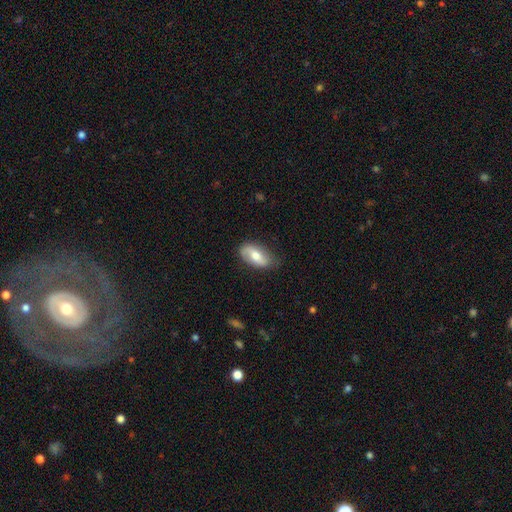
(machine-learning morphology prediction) A smooth galaxy with no disk features (54%) that is in between round and cigar-shaped (91%).

Vote fractions:
- Smooth or featured? smooth: 54% / featured or disk: 40% / star or artifact: 6%
- How rounded? in between: 91% / cigar-shaped: 5% / round: 4%
- Merging? none: 72% / minor disturbance: 22% / major disturbance: 5% / merger: 1%